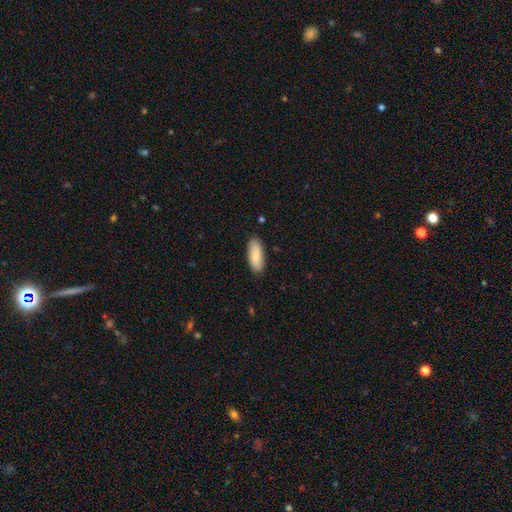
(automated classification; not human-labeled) The model was most divided on "how rounded": in between: 74%, cigar-shaped: 23%, round: 2%. More confident: merging — none (88%); smooth or featured — smooth (80%).